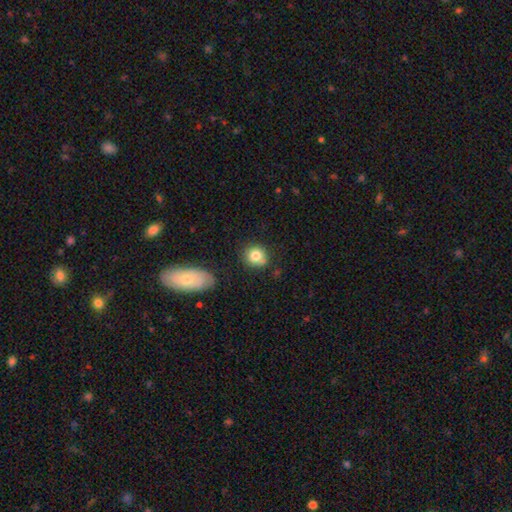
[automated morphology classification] A smooth galaxy with no disk features (81%) that is round (84%).

Vote fractions:
- Smooth or featured? smooth: 81% / featured or disk: 10% / star or artifact: 10%
- How rounded? round: 84% / in between: 15% / cigar-shaped: 1%
- Merging? none: 73% / minor disturbance: 17% / merger: 6% / major disturbance: 4%